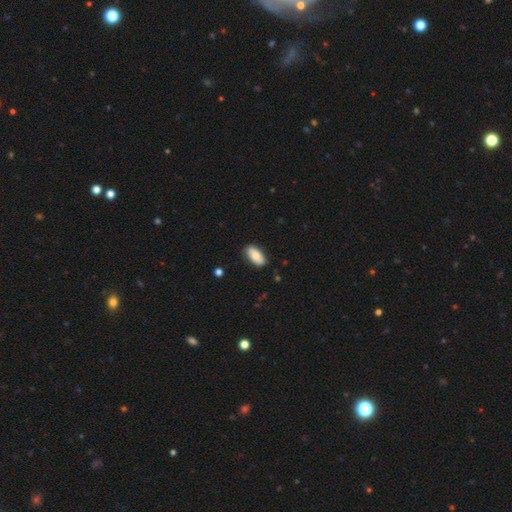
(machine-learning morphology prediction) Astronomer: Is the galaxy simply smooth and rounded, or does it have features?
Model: smooth — 75%.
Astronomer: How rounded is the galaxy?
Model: in between — 92%.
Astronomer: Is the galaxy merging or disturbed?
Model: none — 83%.